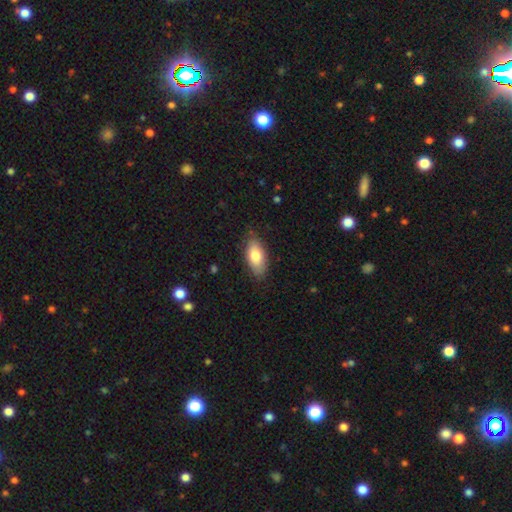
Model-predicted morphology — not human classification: Smooth or featured: smooth — 78% (featured or disk — 16%)
How rounded: in between — 89% (cigar-shaped — 8%)
Merging: none — 81% (minor disturbance — 15%)